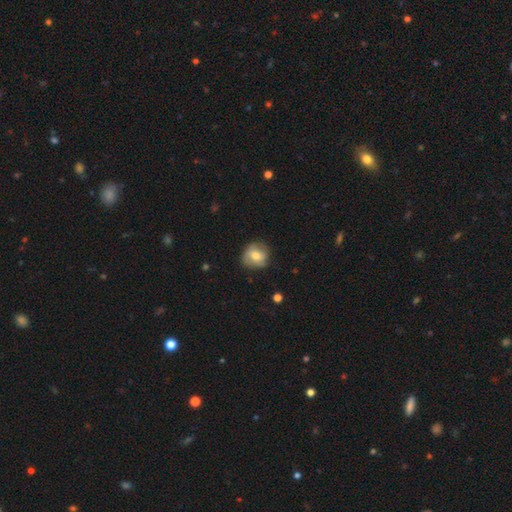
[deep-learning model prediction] Smooth or featured: smooth — 59% (featured or disk — 33%)
How rounded: round — 82% (in between — 17%)
Merging: none — 72% (minor disturbance — 21%)